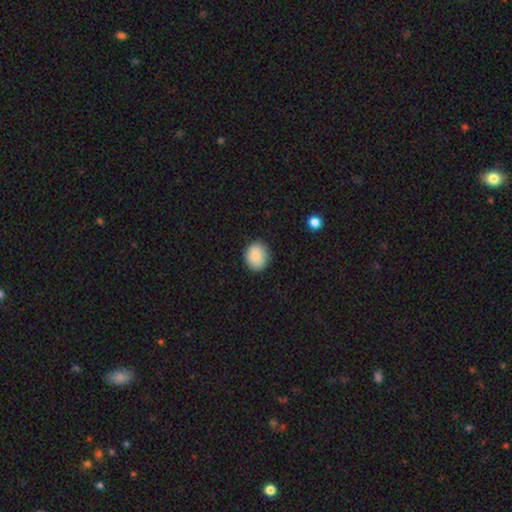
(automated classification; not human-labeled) Smooth or featured?
  - smooth: 86% *
  - star or artifact: 8%
  - featured or disk: 6%
How rounded?
  - round: 63% *
  - in between: 36%
  - cigar-shaped: 1%
Merging?
  - none: 87% *
  - minor disturbance: 9%
  - major disturbance: 2%
  - merger: 1%